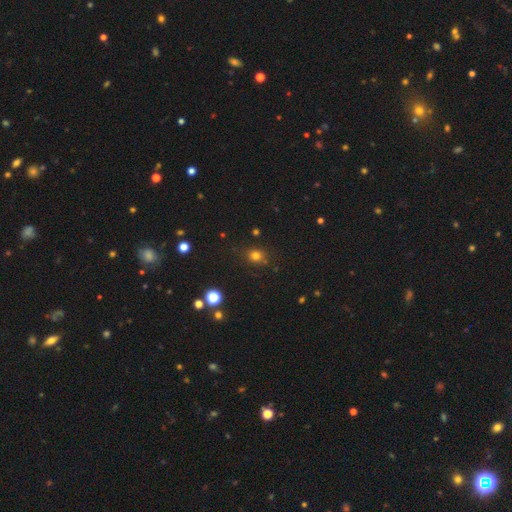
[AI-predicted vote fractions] Q: Smooth or featured?
A: smooth (75%); runner-up: star or artifact (19%)
Q: How rounded?
A: round (75%); runner-up: in between (24%)
Q: Merging?
A: none (80%); runner-up: minor disturbance (12%)